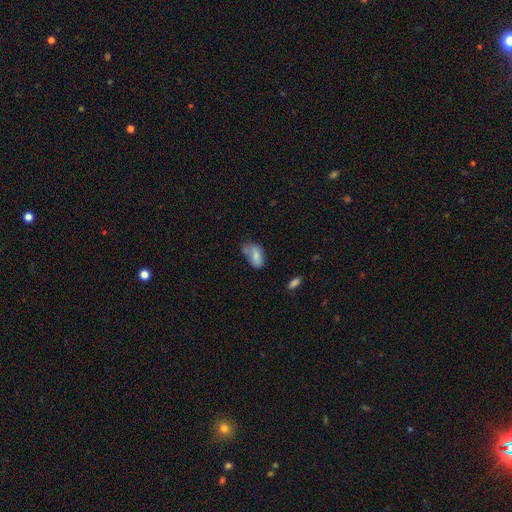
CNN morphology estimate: smooth_or_featured: smooth (p=0.75) [alt: featured or disk p=0.17]
how_rounded: in between (p=0.91) [alt: round p=0.06]
merging: none (p=0.36) [alt: minor disturbance p=0.33]